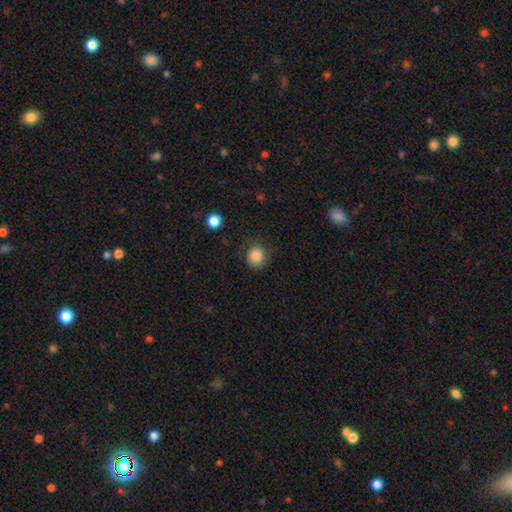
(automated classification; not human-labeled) smooth_or_featured: smooth (p=0.85) [alt: star or artifact p=0.09]
how_rounded: round (p=0.83) [alt: in between p=0.16]
merging: none (p=0.77) [alt: minor disturbance p=0.15]